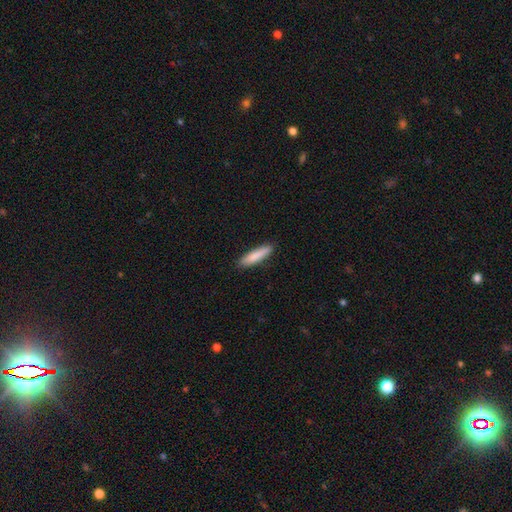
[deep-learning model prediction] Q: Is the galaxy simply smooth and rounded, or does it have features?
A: smooth — 85%.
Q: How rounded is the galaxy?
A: cigar-shaped — 81%.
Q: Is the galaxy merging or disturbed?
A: none — 89%.